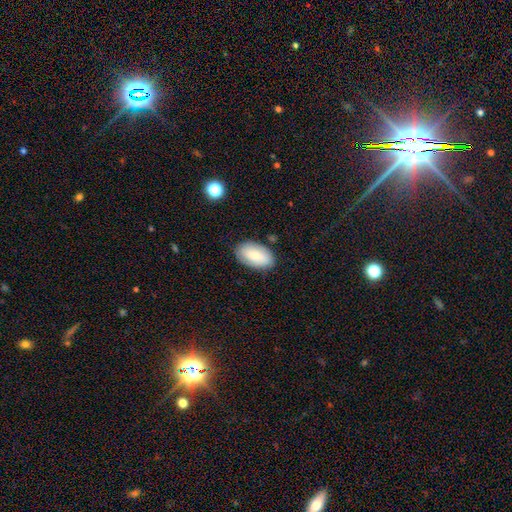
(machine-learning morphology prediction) smooth 76%, featured or disk 18%, star or artifact 7%. Down the decision tree: how rounded — in between (94%); merging — none (81%).